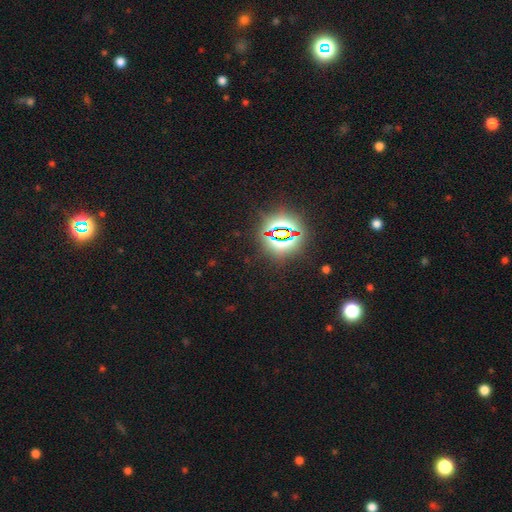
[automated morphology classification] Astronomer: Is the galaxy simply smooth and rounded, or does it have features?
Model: star or artifact — 82%.